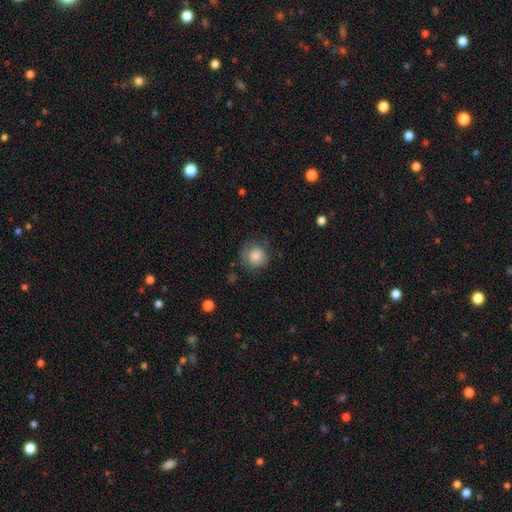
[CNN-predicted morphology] A smooth galaxy with no disk features (84%) that is round (88%). Merging: none (70%).